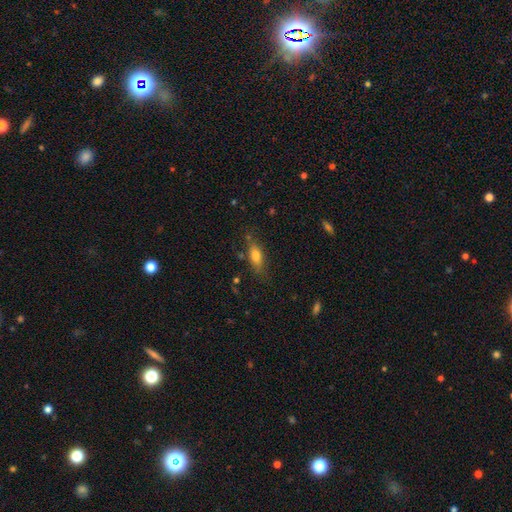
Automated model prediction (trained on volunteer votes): This is likely a smooth galaxy (71%). How rounded: likely in between (67%). Merging: likely none (73%).